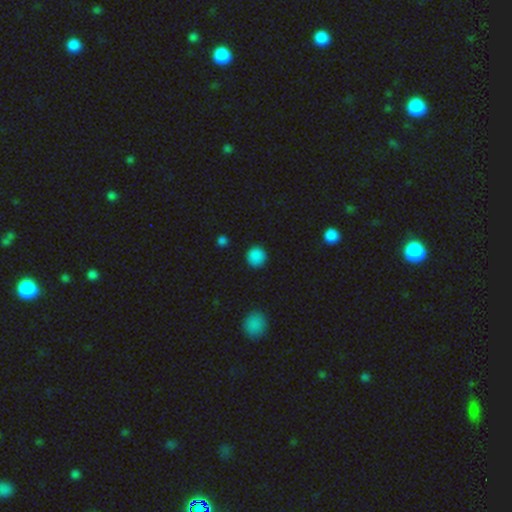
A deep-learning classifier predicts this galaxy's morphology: This is clearly a smooth galaxy (86%). How rounded: clearly round (93%). Merging: clearly none (90%).